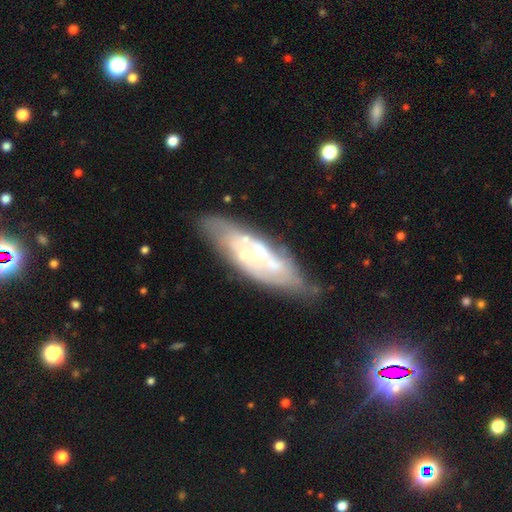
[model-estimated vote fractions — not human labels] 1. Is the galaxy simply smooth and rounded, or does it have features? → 68% featured or disk, 24% smooth, 8% star or artifact.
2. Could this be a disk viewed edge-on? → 81% no, 19% yes.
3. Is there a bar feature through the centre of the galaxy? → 65% no, 25% weak, 10% strong.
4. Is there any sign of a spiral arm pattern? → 54% yes, 46% no.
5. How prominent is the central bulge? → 61% small, 23% moderate, 12% none, 3% large, 1% dominant.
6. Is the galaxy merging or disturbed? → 60% none, 22% minor disturbance, 10% major disturbance, 8% merger.